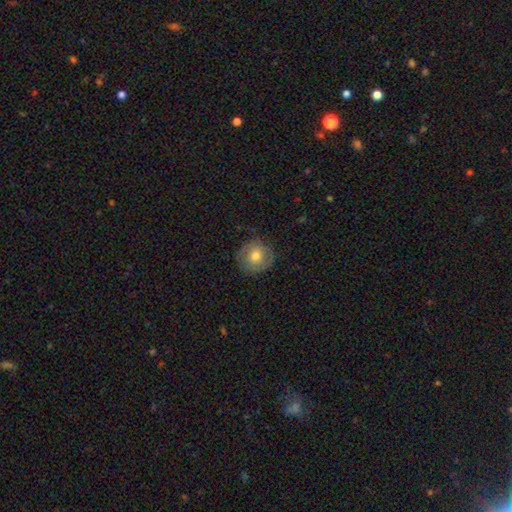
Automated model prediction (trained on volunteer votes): Smooth or featured: smooth — 67% (featured or disk — 25%)
How rounded: round — 90% (in between — 9%)
Merging: none — 82% (minor disturbance — 14%)